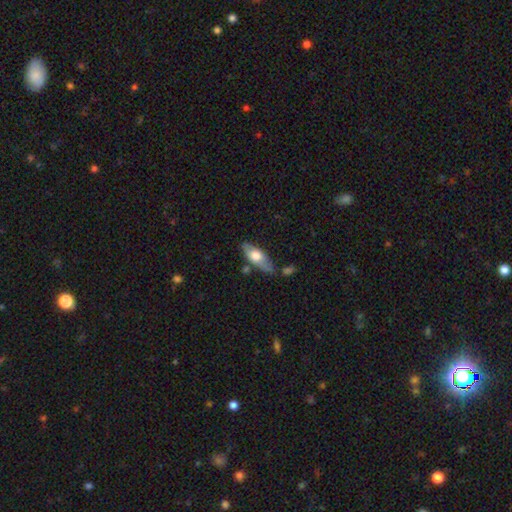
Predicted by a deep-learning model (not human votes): A smooth galaxy with no disk features (56%) that is in between round and cigar-shaped (68%). Merging: none (69%).